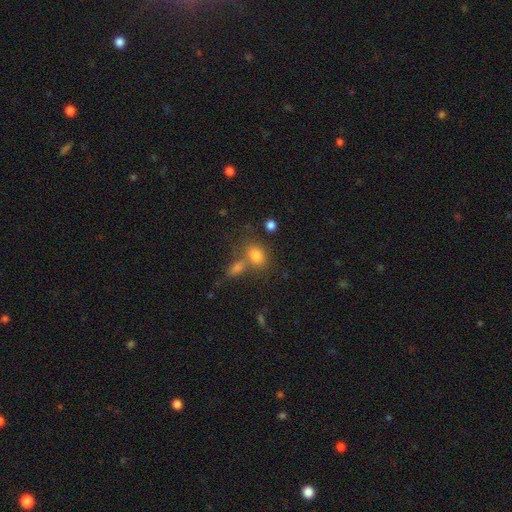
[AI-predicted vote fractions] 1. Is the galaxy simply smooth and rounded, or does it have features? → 79% smooth, 11% star or artifact, 9% featured or disk.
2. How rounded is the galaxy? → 61% in between, 37% round, 2% cigar-shaped.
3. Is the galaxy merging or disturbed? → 49% none, 34% merger, 12% minor disturbance, 6% major disturbance.